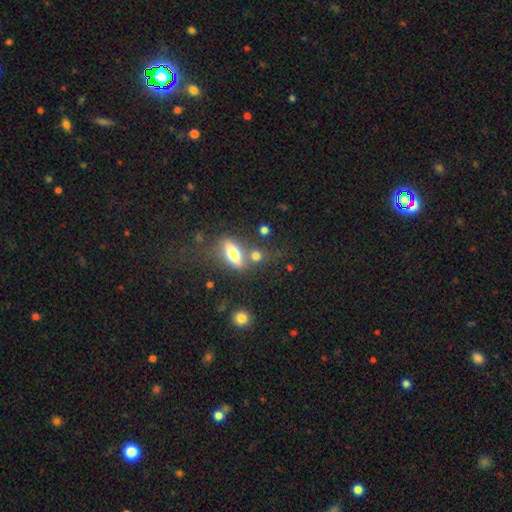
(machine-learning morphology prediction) Smooth or featured? smooth (70%)
How rounded? in between (42%)
Merging? none (59%)